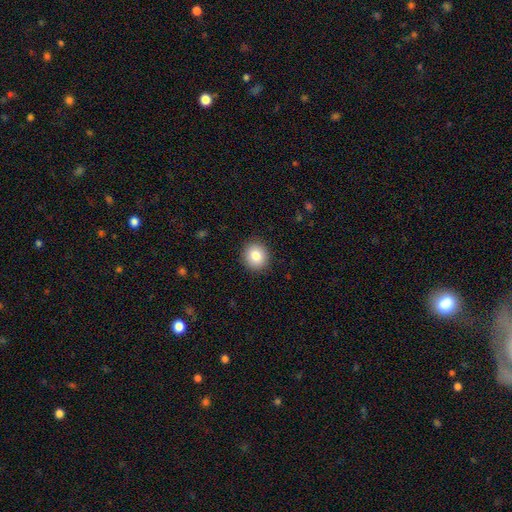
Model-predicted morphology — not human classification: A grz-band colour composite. It shows a smooth galaxy with no disk features (83%) that is round (85%). Merging: none (91%).